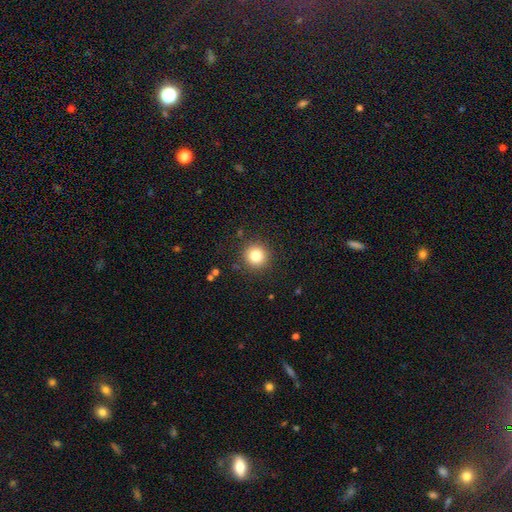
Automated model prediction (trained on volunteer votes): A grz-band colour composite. It shows a smooth galaxy with no disk features (82%) that is round (94%). Merging: none (90%).